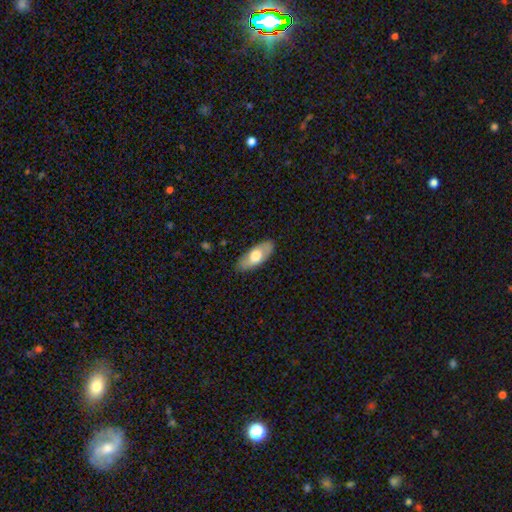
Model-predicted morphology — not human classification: The model was most divided on "smooth or featured": smooth: 62%, featured or disk: 33%, star or artifact: 5%. More confident: how rounded — in between (86%); merging — none (85%).